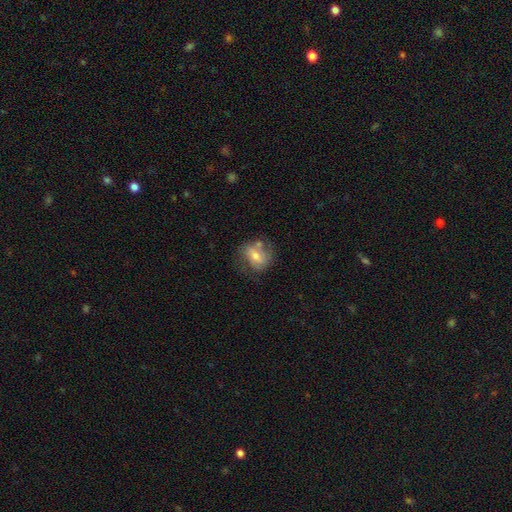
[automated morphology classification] Smooth or featured: smooth — 52% (featured or disk — 39%)
How rounded: in between — 51% (round — 47%)
Merging: none — 50% (minor disturbance — 24%)